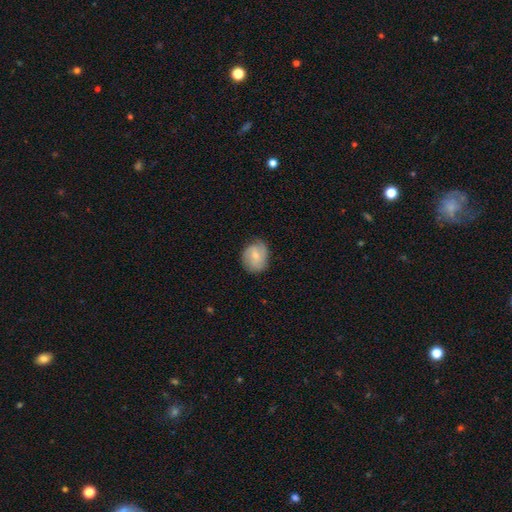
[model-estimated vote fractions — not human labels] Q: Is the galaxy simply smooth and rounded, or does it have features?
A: smooth — 53%.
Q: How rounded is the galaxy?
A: round — 62%.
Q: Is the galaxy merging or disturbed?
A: none — 72%.